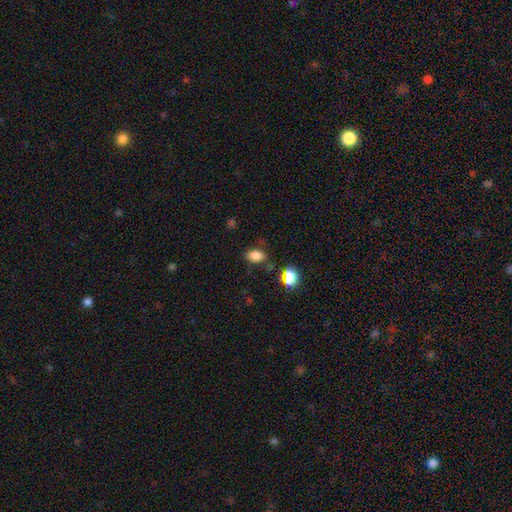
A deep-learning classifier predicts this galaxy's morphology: A smooth galaxy with no disk features (82%) that is in between round and cigar-shaped (83%).

Vote fractions:
- Smooth or featured? smooth: 82% / star or artifact: 13% / featured or disk: 5%
- How rounded? in between: 83% / round: 15% / cigar-shaped: 2%
- Merging? none: 79% / minor disturbance: 13% / major disturbance: 4% / merger: 4%